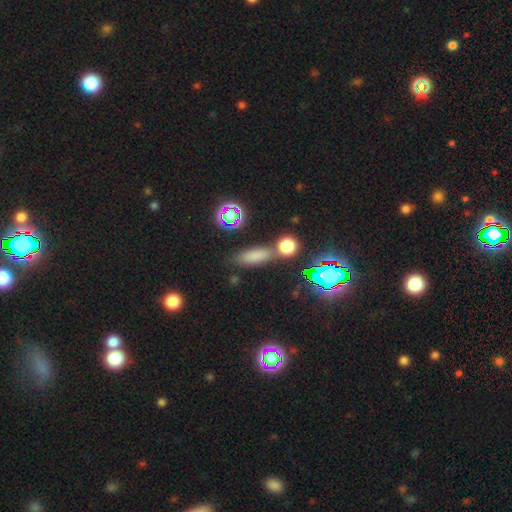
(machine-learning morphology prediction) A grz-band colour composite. It shows a smooth galaxy with no disk features (70%) that is in between round and cigar-shaped (51%). Merging: none (71%).